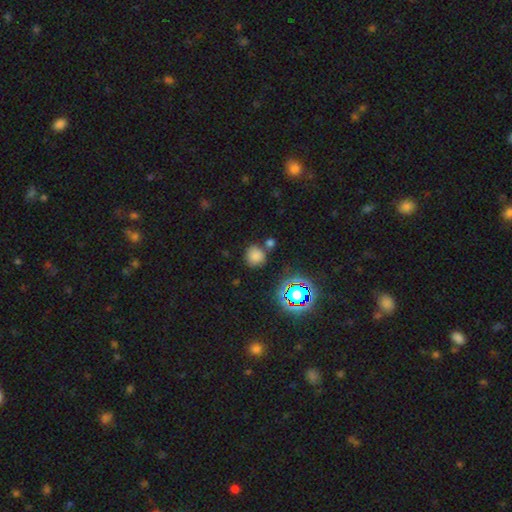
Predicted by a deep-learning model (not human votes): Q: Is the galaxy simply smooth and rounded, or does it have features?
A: smooth — 75%.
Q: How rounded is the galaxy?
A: round — 87%.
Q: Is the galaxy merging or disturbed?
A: none — 72%.